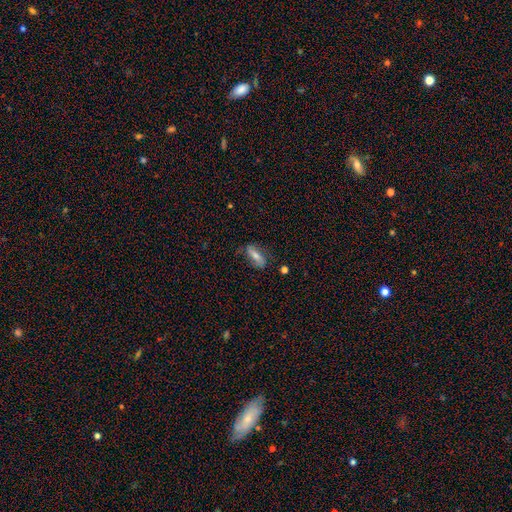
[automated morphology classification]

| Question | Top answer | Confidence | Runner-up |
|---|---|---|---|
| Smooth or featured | smooth | 48% | featured or disk (44%) |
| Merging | none | 70% | minor disturbance (21%) |